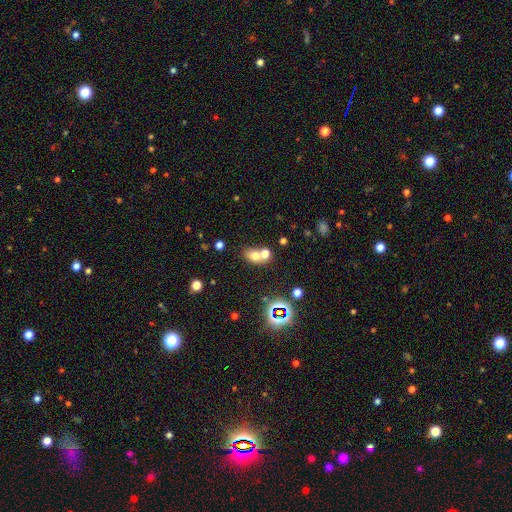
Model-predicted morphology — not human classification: A smooth galaxy with no disk features (67%) that is in between round and cigar-shaped (58%).

Vote fractions:
- Smooth or featured? smooth: 67% / star or artifact: 18% / featured or disk: 15%
- How rounded? in between: 58% / round: 40% / cigar-shaped: 2%
- Merging? merger: 48% / none: 39% / minor disturbance: 8% / major disturbance: 4%